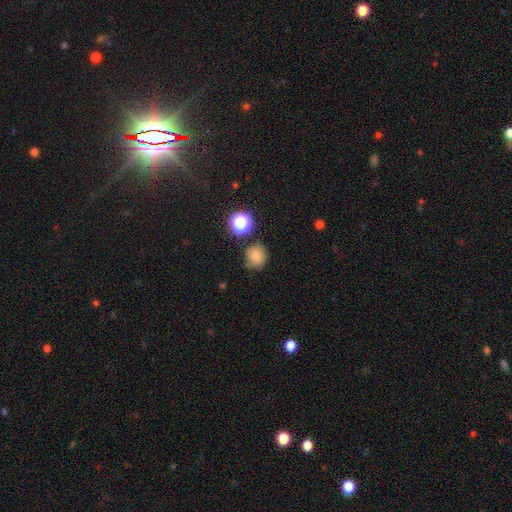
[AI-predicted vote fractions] A smooth galaxy with no disk features (58%) that is round (89%).

Vote fractions:
- Smooth or featured? smooth: 58% / star or artifact: 26% / featured or disk: 16%
- How rounded? round: 89% / in between: 10% / cigar-shaped: 1%
- Merging? none: 77% / minor disturbance: 14% / major disturbance: 4% / merger: 4%